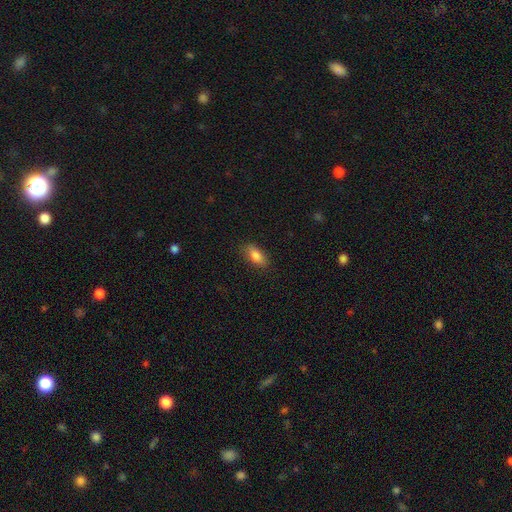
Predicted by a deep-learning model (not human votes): A smooth galaxy with no disk features (84%) that is in between round and cigar-shaped (87%). Merging: none (84%).